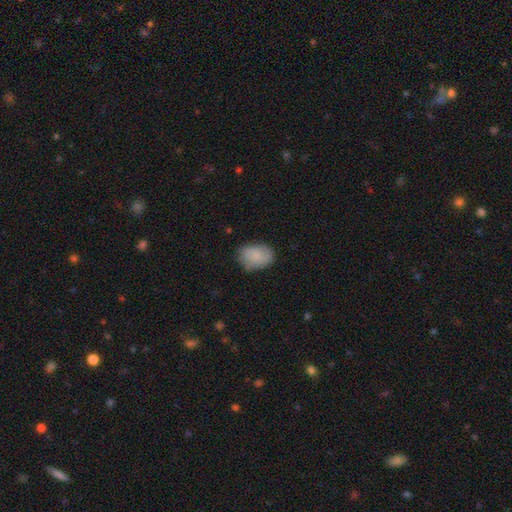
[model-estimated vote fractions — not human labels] smooth-or-featured: smooth: 82% | featured or disk: 11% | star or artifact: 7%
  how-rounded: in between: 77% | round: 22% | cigar-shaped: 1%
  merging: none: 74% | minor disturbance: 20% | major disturbance: 4% | merger: 1%